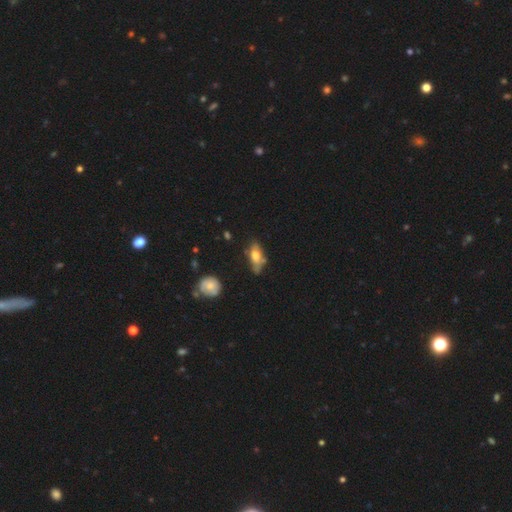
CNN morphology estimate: Overall: smooth (61%; featured or disk 31%). How rounded: in between (79%). Merging: none (50%; minor disturbance 32%).